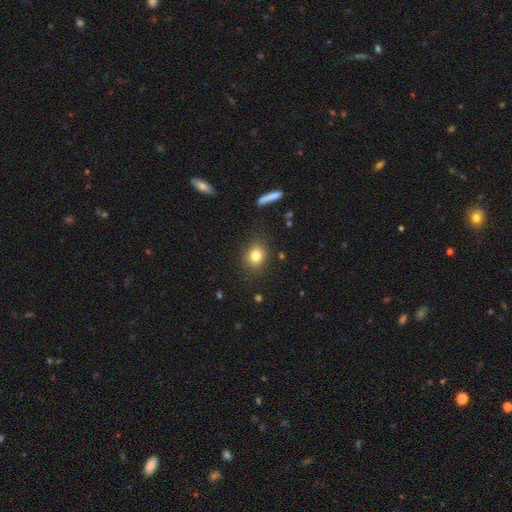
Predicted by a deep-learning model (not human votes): The model was most divided on "how rounded": round: 68%, in between: 31%, cigar-shaped: 1%. More confident: merging — none (86%); smooth or featured — smooth (82%).